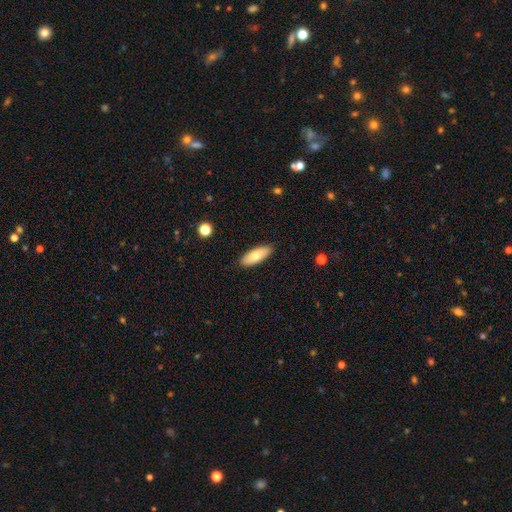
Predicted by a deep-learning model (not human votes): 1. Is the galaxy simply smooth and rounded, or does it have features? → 75% smooth, 19% featured or disk, 6% star or artifact.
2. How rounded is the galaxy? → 75% in between, 23% cigar-shaped, 2% round.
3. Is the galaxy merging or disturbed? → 88% none, 9% minor disturbance, 2% major disturbance, 1% merger.